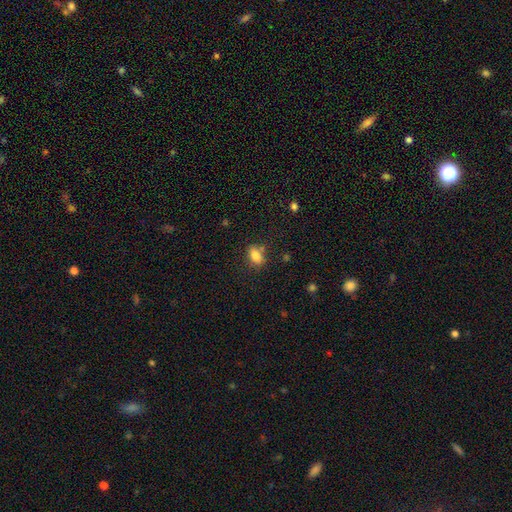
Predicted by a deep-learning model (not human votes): Q: Smooth or featured?
A: smooth (82%); runner-up: star or artifact (10%)
Q: How rounded?
A: in between (82%); runner-up: round (15%)
Q: Merging?
A: none (70%); runner-up: minor disturbance (16%)